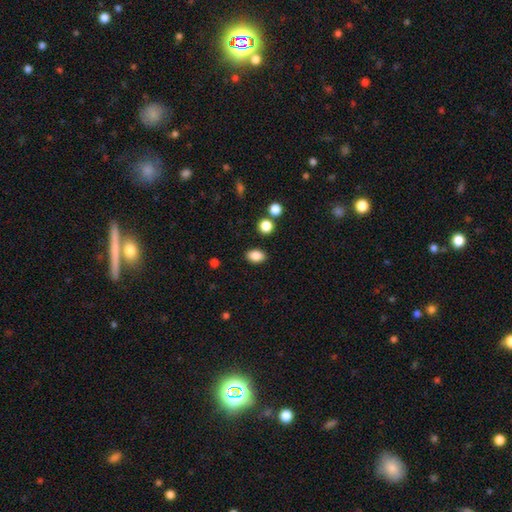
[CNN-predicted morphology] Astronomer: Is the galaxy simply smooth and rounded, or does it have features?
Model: smooth — 86%.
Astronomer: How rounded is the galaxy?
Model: in between — 84%.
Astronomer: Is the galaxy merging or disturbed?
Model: none — 87%.